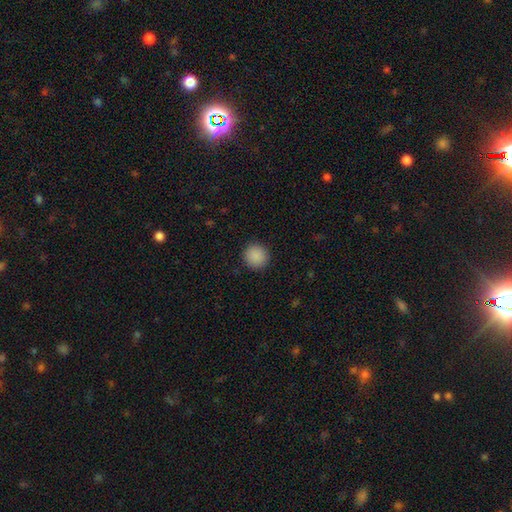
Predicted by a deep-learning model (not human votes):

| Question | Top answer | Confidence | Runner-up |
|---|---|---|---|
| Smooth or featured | smooth | 89% | star or artifact (9%) |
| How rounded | round | 93% | in between (6%) |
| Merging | none | 92% | minor disturbance (5%) |